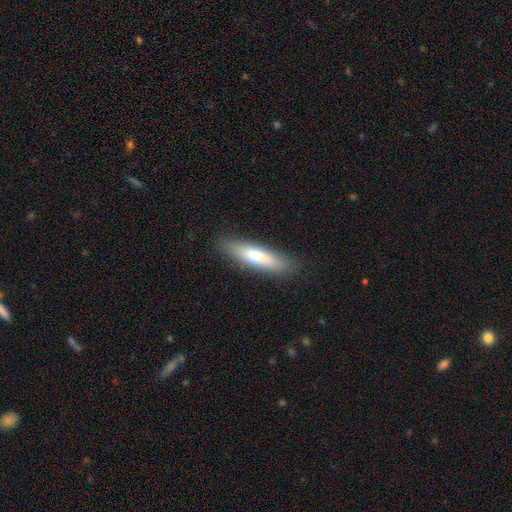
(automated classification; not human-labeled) The model was most divided on "smooth or featured": smooth: 69%, featured or disk: 24%, star or artifact: 7%. More confident: merging — none (88%); how rounded — cigar-shaped (75%).